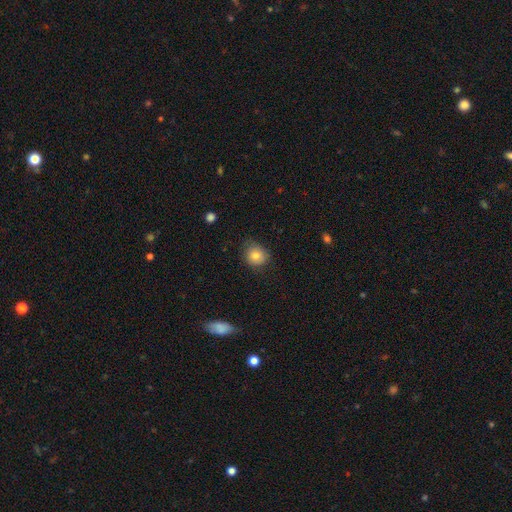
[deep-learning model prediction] This is likely a smooth galaxy (78%). How rounded: clearly round (81%). Merging: likely none (73%).